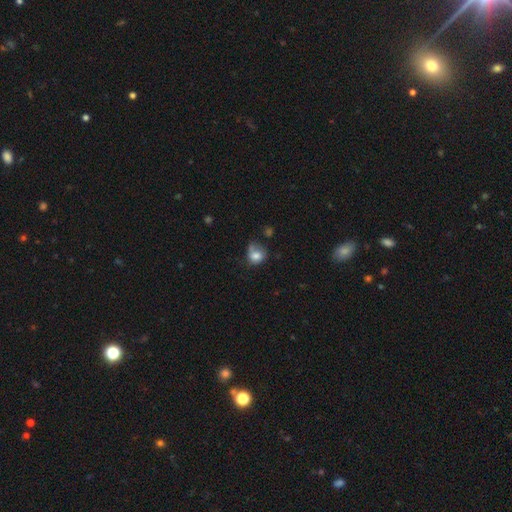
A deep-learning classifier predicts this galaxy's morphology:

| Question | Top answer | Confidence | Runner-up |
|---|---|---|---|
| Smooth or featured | smooth | 73% | featured or disk (17%) |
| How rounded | round | 59% | in between (41%) |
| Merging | none | 35% | minor disturbance (33%) |